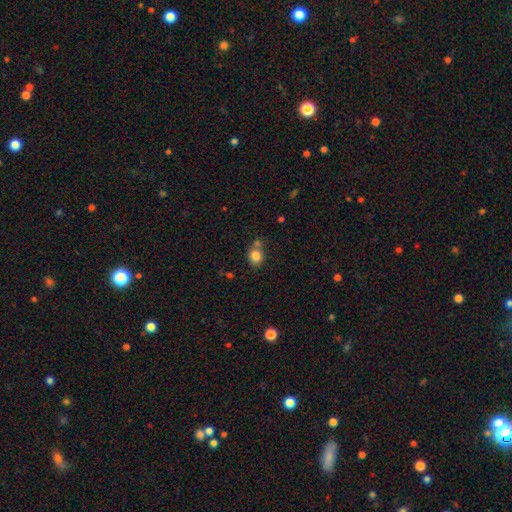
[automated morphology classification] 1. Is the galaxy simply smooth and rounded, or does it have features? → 82% smooth, 10% star or artifact, 8% featured or disk.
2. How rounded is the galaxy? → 59% round, 40% in between, 1% cigar-shaped.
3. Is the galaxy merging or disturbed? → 59% none, 21% merger, 15% minor disturbance, 4% major disturbance.